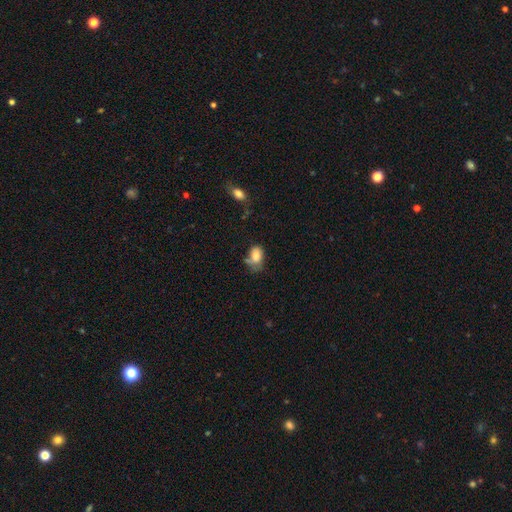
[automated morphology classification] The model was most divided on "merging": none: 39%, minor disturbance: 32%, major disturbance: 18%, merger: 12%. More confident: how rounded — in between (81%); smooth or featured — smooth (78%).